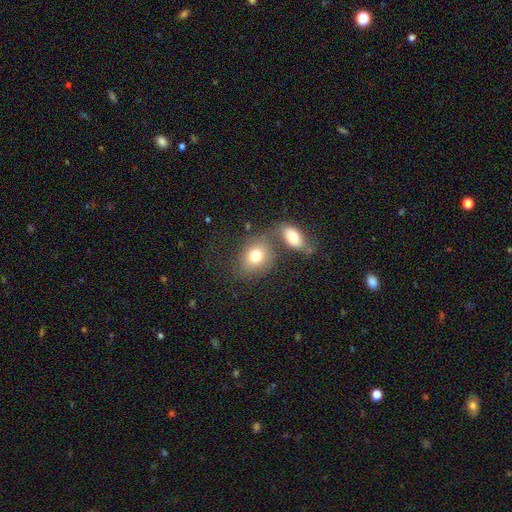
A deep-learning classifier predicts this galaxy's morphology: A smooth galaxy with no disk features (75%) that is in between round and cigar-shaped (55%).

Vote fractions:
- Smooth or featured? smooth: 75% / featured or disk: 15% / star or artifact: 9%
- How rounded? in between: 55% / round: 44% / cigar-shaped: 1%
- Merging? none: 42% / merger: 39% / minor disturbance: 12% / major disturbance: 7%